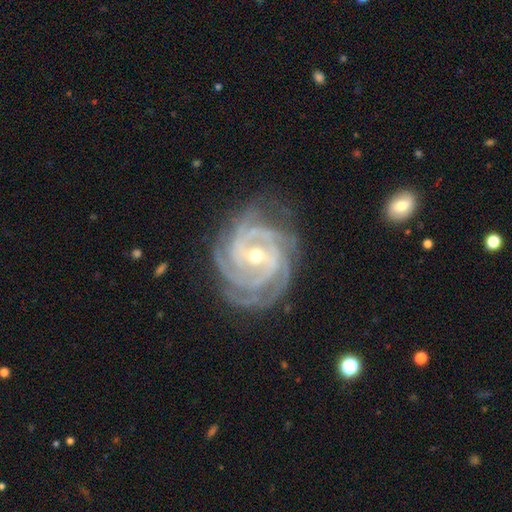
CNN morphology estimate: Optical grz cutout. It shows a featured or disk galaxy (92%) with a weak bar (43%), 4 (34%) tight (75%) spiral arms (99%) and a small central bulge (52%). Merging: none (77%).